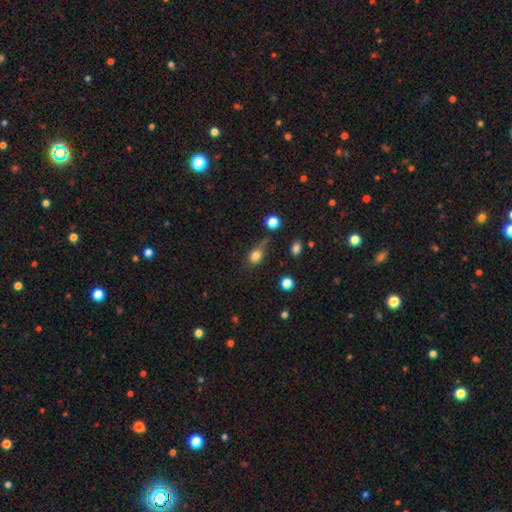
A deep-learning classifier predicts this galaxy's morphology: Smooth or featured? Predicted: smooth (p=0.78). How rounded? Predicted: in between (p=0.50). Merging? Predicted: none (p=0.48).